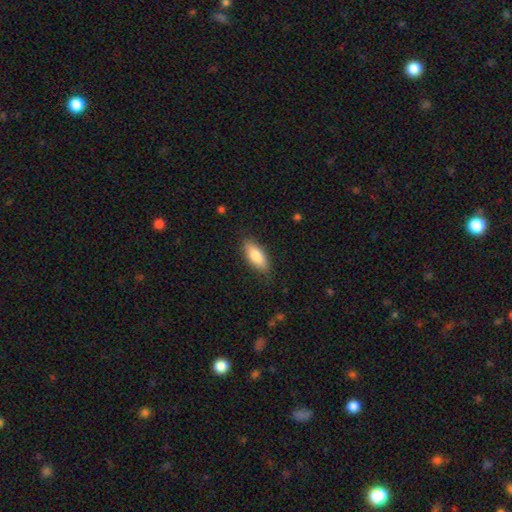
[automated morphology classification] A smooth galaxy with no disk features (80%) that is in between round and cigar-shaped (77%).

Vote fractions:
- Smooth or featured? smooth: 80% / featured or disk: 14% / star or artifact: 6%
- How rounded? in between: 77% / cigar-shaped: 20% / round: 2%
- Merging? none: 84% / minor disturbance: 12% / major disturbance: 3% / merger: 1%